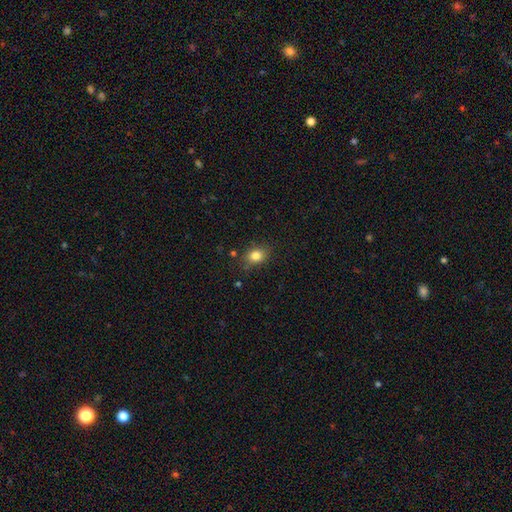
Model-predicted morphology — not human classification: Smooth or featured? Predicted: smooth (p=0.83). How rounded? Predicted: round (p=0.50). Merging? Predicted: none (p=0.81).